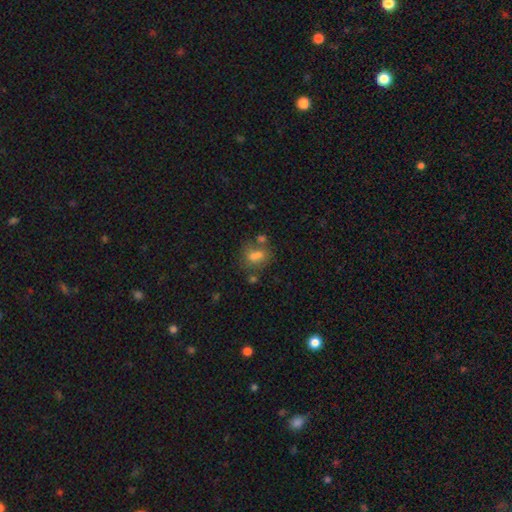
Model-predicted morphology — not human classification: Q: Smooth or featured?
A: smooth (66%); runner-up: featured or disk (20%)
Q: How rounded?
A: in between (63%); runner-up: round (35%)
Q: Merging?
A: none (40%); runner-up: merger (34%)